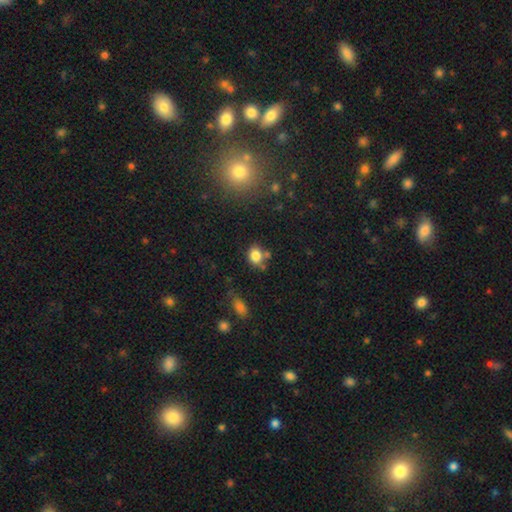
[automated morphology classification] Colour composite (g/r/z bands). It shows a smooth galaxy with no disk features (82%) that is round (54%). Merging: none (63%).